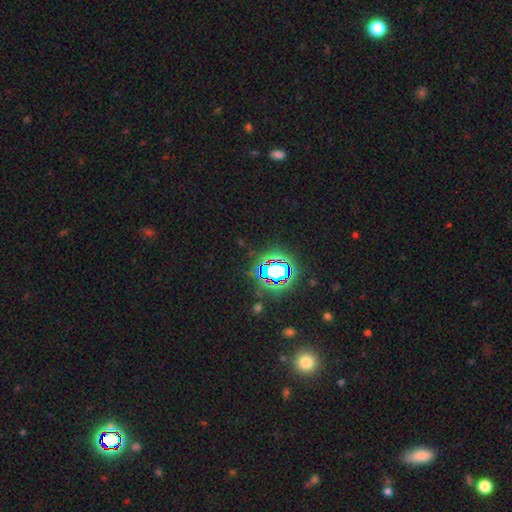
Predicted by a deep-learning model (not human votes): Smooth or featured? Predicted: star or artifact (p=0.81).